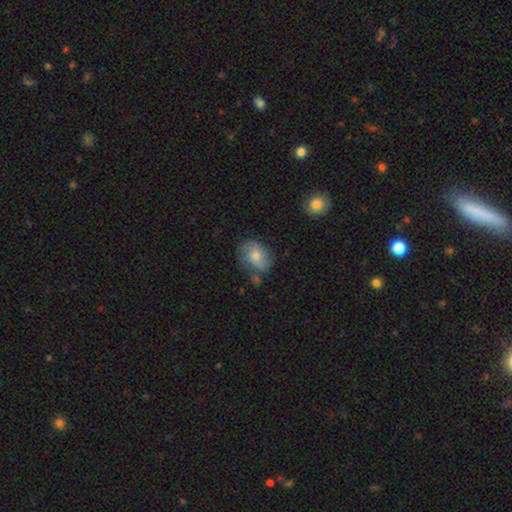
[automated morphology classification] Overall: smooth (58%; featured or disk 33%). How rounded: in between (70%). Merging: none (57%; minor disturbance 26%).